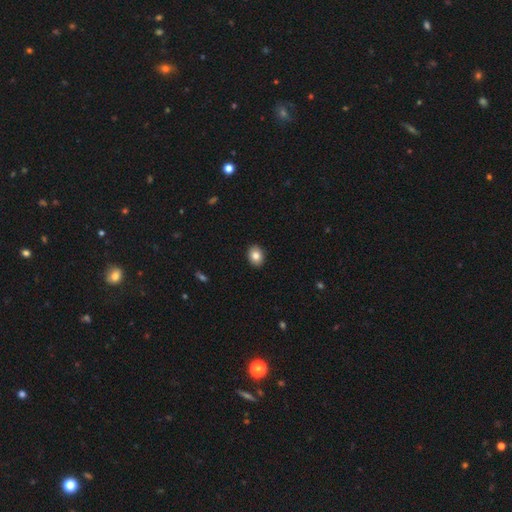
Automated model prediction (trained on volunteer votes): The model was most divided on "how rounded": in between: 65%, round: 34%, cigar-shaped: 1%. More confident: merging — none (91%); smooth or featured — smooth (83%).